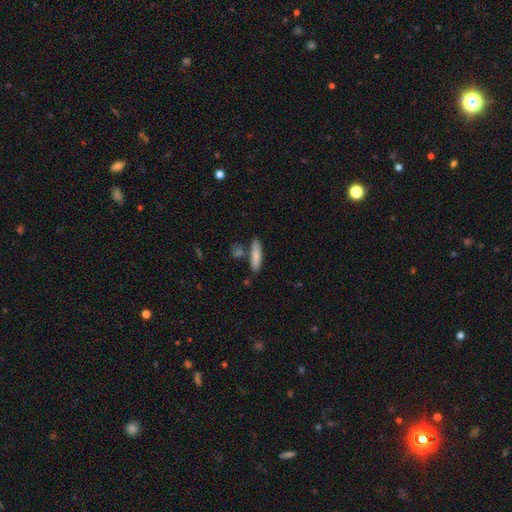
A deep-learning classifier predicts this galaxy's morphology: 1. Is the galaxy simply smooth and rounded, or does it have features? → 81% smooth, 13% featured or disk, 6% star or artifact.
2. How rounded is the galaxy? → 73% cigar-shaped, 25% in between, 2% round.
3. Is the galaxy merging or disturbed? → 74% none, 13% minor disturbance, 10% merger, 3% major disturbance.